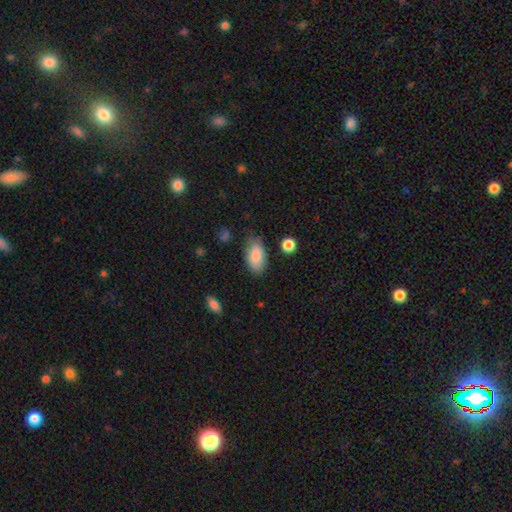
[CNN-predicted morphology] Smooth or featured? Predicted: smooth (p=0.86). How rounded? Predicted: in between (p=0.93). Merging? Predicted: none (p=0.75).